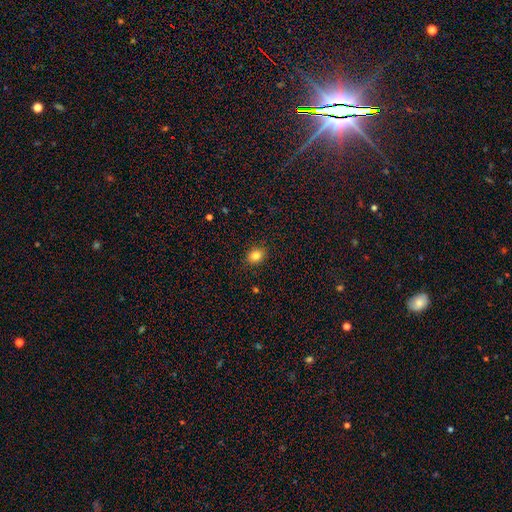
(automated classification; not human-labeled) smooth_or_featured: smooth (p=0.84) [alt: star or artifact p=0.11]
how_rounded: in between (p=0.51) [alt: round p=0.48]
merging: none (p=0.89) [alt: minor disturbance p=0.08]